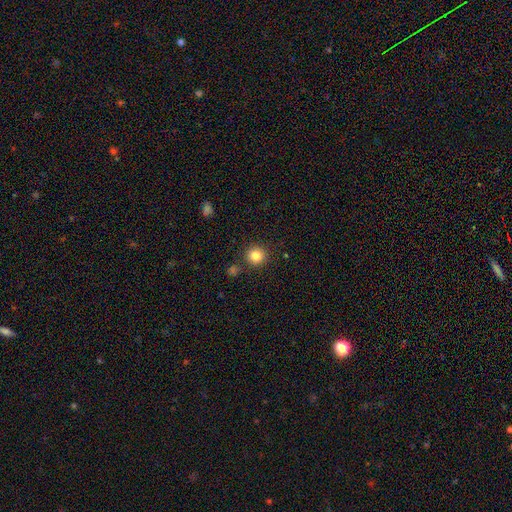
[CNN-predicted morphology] This appears to be a smooth galaxy with no disk features (83%) that is round (92%). Merging: none (87%).